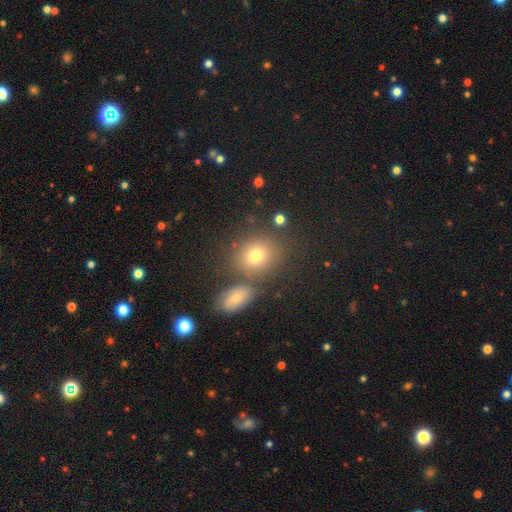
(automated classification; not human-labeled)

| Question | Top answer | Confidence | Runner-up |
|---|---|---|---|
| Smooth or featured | smooth | 73% | star or artifact (15%) |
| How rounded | round | 68% | in between (31%) |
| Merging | none | 70% | merger (16%) |